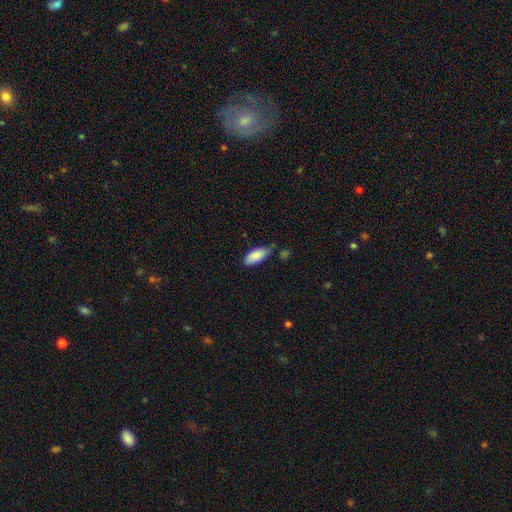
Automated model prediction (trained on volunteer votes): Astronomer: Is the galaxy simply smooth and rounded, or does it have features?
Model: smooth — 87%.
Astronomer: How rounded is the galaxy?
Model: in between — 85%.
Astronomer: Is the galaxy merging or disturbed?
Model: none — 60%.